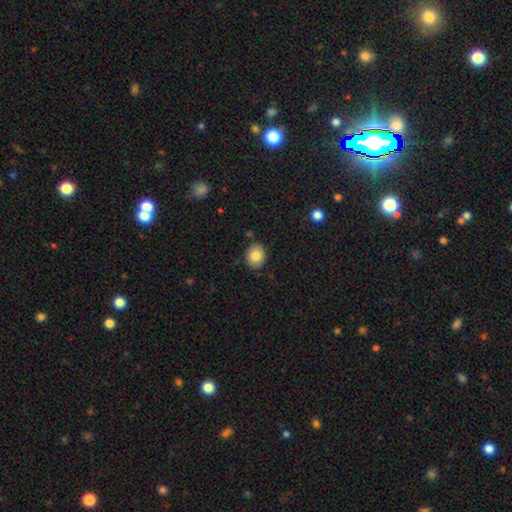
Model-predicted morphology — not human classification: Smooth or featured?
  - smooth: 81% *
  - featured or disk: 10%
  - star or artifact: 9%
How rounded?
  - round: 57% *
  - in between: 42%
  - cigar-shaped: 1%
Merging?
  - none: 86% *
  - minor disturbance: 9%
  - major disturbance: 2%
  - merger: 2%